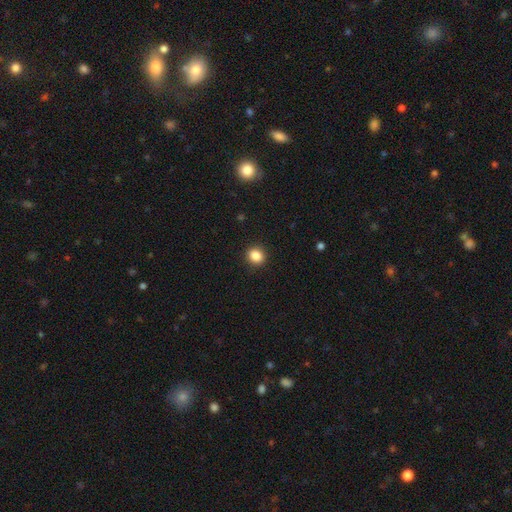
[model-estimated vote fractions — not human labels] A smooth galaxy with no disk features (86%) that is round (78%).

Vote fractions:
- Smooth or featured? smooth: 86% / star or artifact: 10% / featured or disk: 4%
- How rounded? round: 78% / in between: 21% / cigar-shaped: 1%
- Merging? none: 91% / minor disturbance: 6% / major disturbance: 2% / merger: 1%